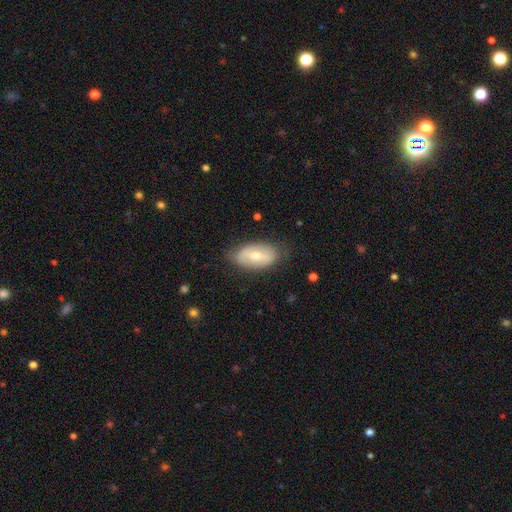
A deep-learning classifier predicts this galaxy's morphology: A featured or disk galaxy (48%).

Vote fractions:
- Smooth or featured? featured or disk: 48% / smooth: 46% / star or artifact: 6%
- Merging? none: 77% / minor disturbance: 17% / major disturbance: 4% / merger: 1%